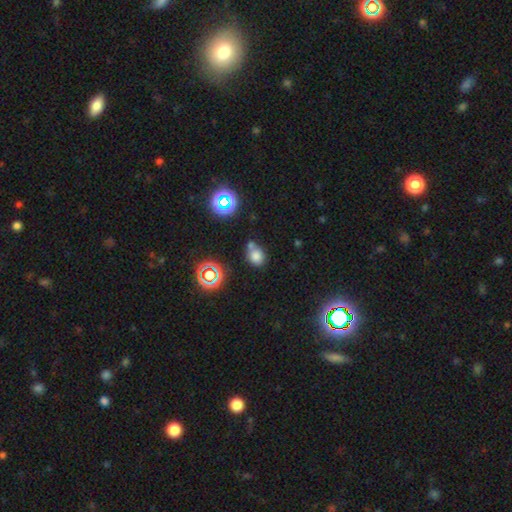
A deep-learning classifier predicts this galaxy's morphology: smooth-or-featured: smooth: 73% | star or artifact: 19% | featured or disk: 9%
  how-rounded: round: 62% | in between: 36% | cigar-shaped: 1%
  merging: none: 54% | merger: 24% | minor disturbance: 16% | major disturbance: 5%